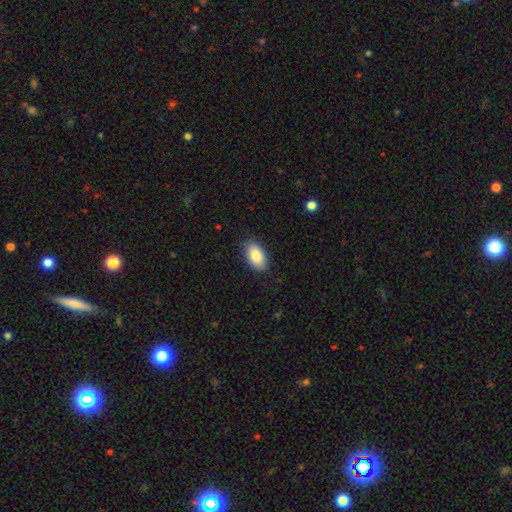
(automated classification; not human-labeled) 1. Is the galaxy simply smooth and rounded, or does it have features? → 87% smooth, 7% featured or disk, 6% star or artifact.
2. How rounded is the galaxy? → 94% in between, 4% round, 2% cigar-shaped.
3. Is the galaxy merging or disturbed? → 86% none, 11% minor disturbance, 2% major disturbance, 1% merger.